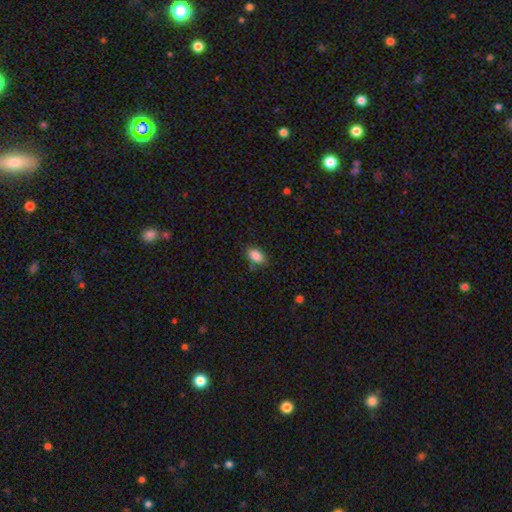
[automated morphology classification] smooth 88%, star or artifact 8%, featured or disk 4%. Down the decision tree: how rounded — in between (91%); merging — none (78%).